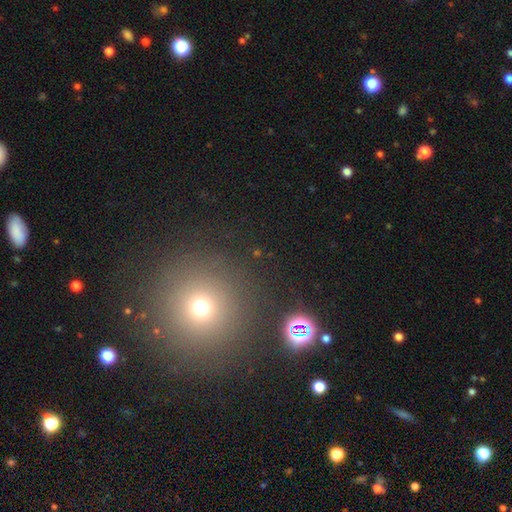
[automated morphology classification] A smooth galaxy with no disk features (54%) that is round (95%). Merging: none (89%).